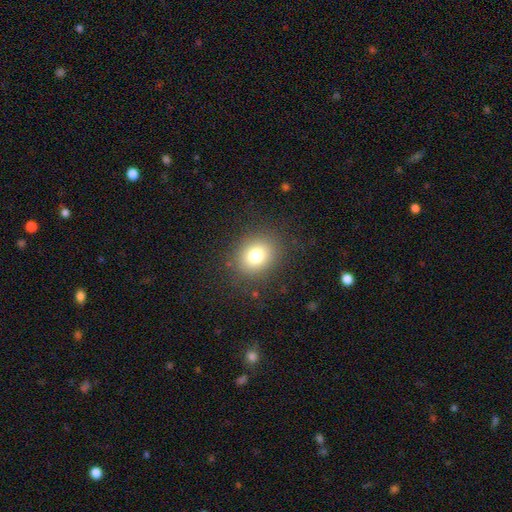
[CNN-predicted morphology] A smooth galaxy with no disk features (77%) that is round (65%). Merging: none (86%).